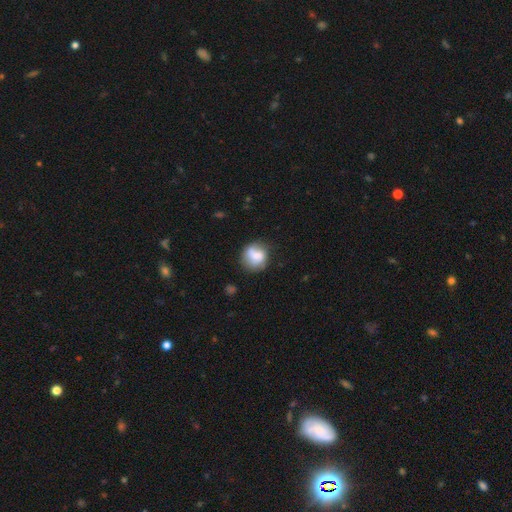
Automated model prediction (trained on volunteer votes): A smooth galaxy with no disk features (66%) that is round (78%).

Vote fractions:
- Smooth or featured? smooth: 66% / featured or disk: 26% / star or artifact: 8%
- How rounded? round: 78% / in between: 21% / cigar-shaped: 1%
- Merging? none: 55% / minor disturbance: 25% / major disturbance: 11% / merger: 9%